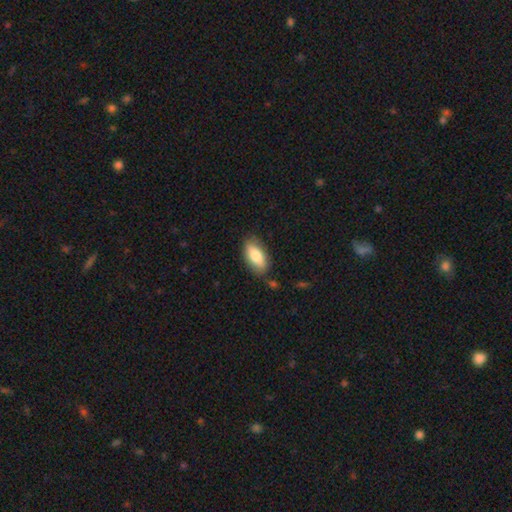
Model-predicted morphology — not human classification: This is likely a smooth galaxy (78%). How rounded: clearly in between (87%). Merging: clearly none (81%).